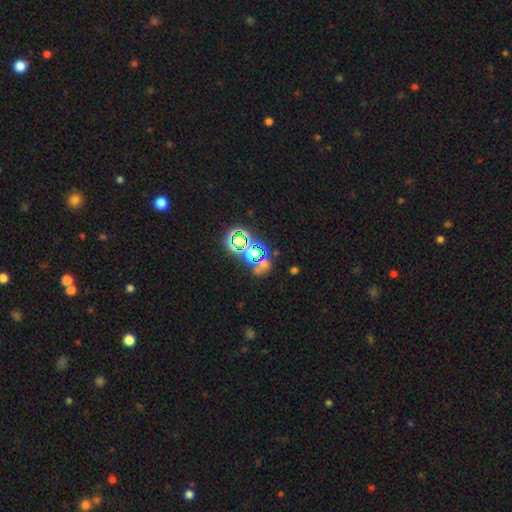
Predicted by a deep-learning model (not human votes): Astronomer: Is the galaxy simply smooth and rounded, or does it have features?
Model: star or artifact — 64%.